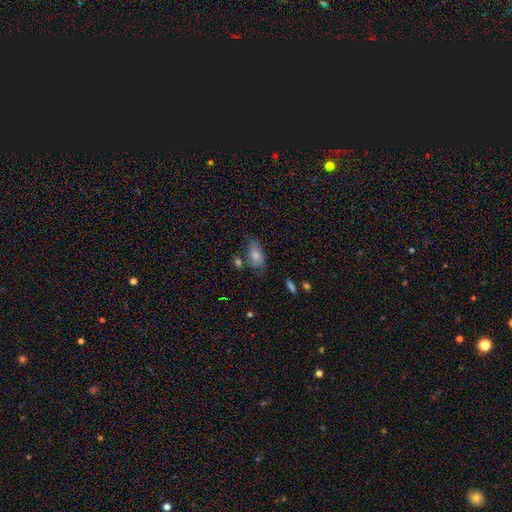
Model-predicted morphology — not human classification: Q: Smooth or featured?
A: smooth (76%); runner-up: featured or disk (15%)
Q: How rounded?
A: in between (89%); runner-up: round (6%)
Q: Merging?
A: none (54%); runner-up: minor disturbance (27%)